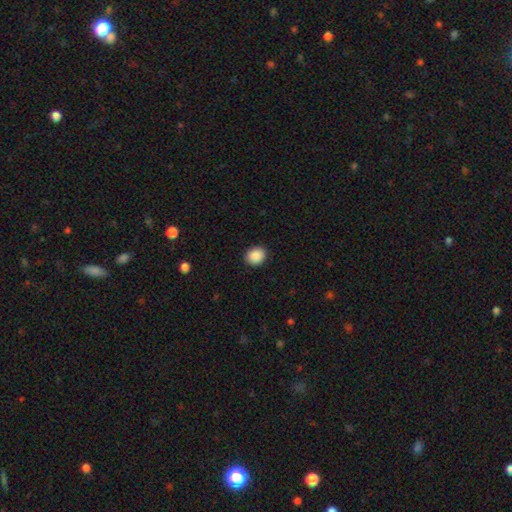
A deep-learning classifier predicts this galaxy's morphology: Smooth or featured: smooth — 89% (star or artifact — 8%)
How rounded: round — 69% (in between — 30%)
Merging: none — 91% (minor disturbance — 6%)